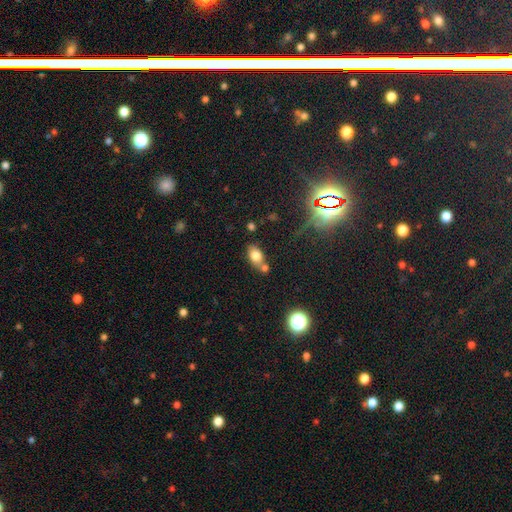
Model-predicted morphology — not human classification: Smooth or featured? smooth (77%)
How rounded? in between (82%)
Merging? none (53%)